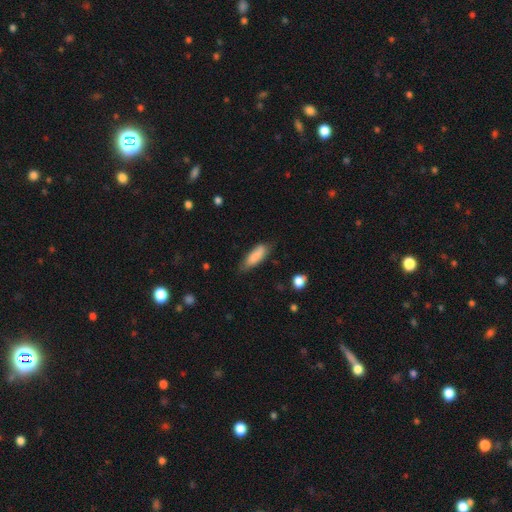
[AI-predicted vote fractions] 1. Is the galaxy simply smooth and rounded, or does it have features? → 84% smooth, 9% featured or disk, 6% star or artifact.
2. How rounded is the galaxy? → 58% in between, 40% cigar-shaped, 2% round.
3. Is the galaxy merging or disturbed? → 67% none, 26% minor disturbance, 5% major disturbance, 2% merger.